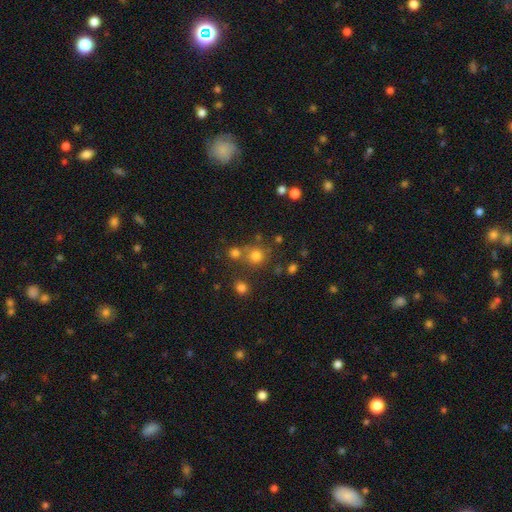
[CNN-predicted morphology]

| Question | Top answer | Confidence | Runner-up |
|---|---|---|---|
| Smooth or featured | smooth | 72% | star or artifact (19%) |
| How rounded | round | 89% | in between (10%) |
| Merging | none | 68% | merger (20%) |